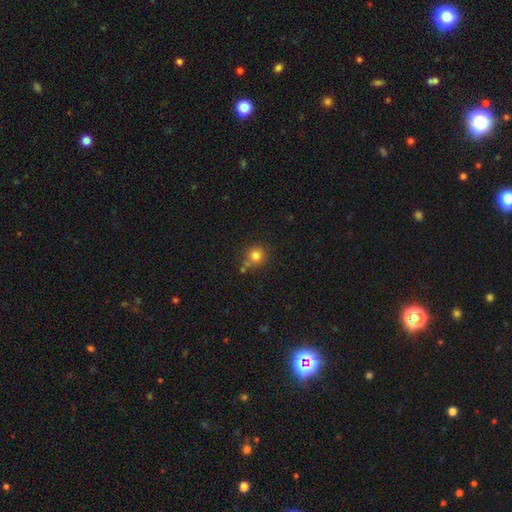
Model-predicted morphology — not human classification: Smooth or featured? smooth (81%)
How rounded? round (90%)
Merging? none (72%)